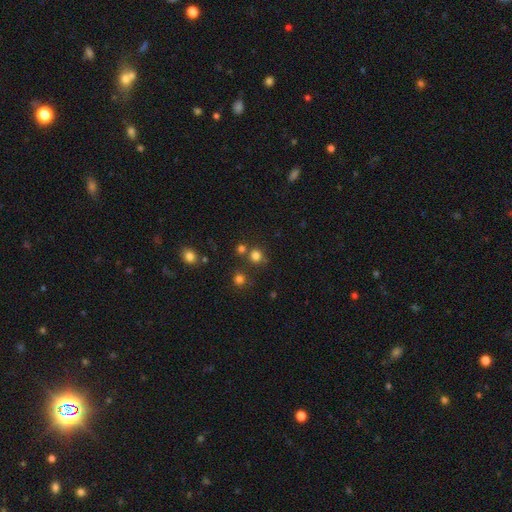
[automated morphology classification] A smooth galaxy with no disk features (76%) that is round (91%). Merging: none (73%).